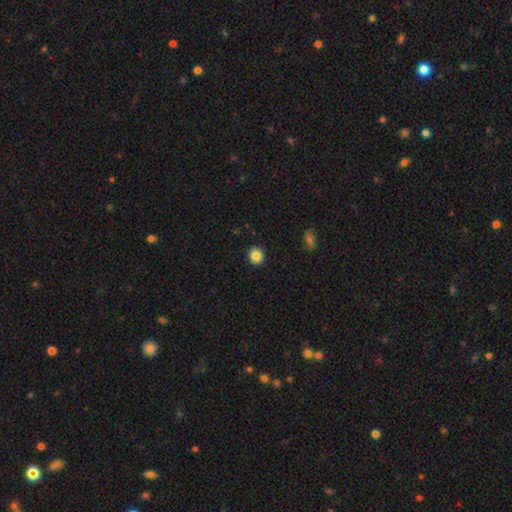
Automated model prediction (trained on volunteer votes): Morphology: type=smooth (86%); roundness=round (89%); merging=none (92%).